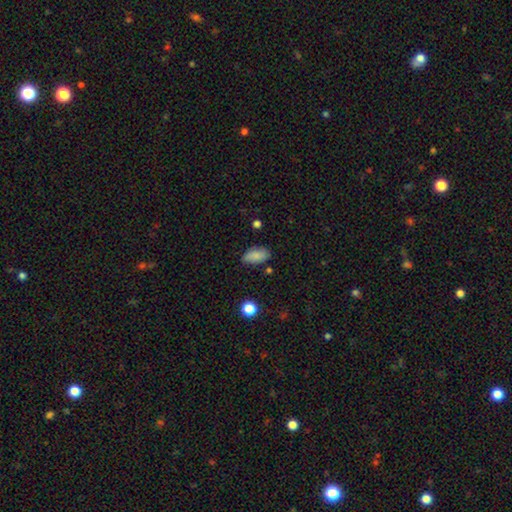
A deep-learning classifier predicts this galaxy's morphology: smooth_or_featured: smooth (p=0.84) [alt: featured or disk p=0.08]
how_rounded: in between (p=0.92) [alt: cigar-shaped p=0.04]
merging: none (p=0.77) [alt: minor disturbance p=0.17]